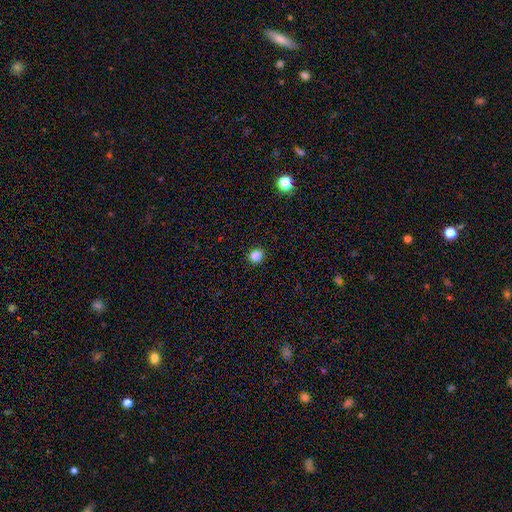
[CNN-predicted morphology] smooth-or-featured: smooth: 85% | star or artifact: 11% | featured or disk: 4%
  how-rounded: round: 83% | in between: 17% | cigar-shaped: 1%
  merging: none: 92% | minor disturbance: 5% | major disturbance: 2% | merger: 1%